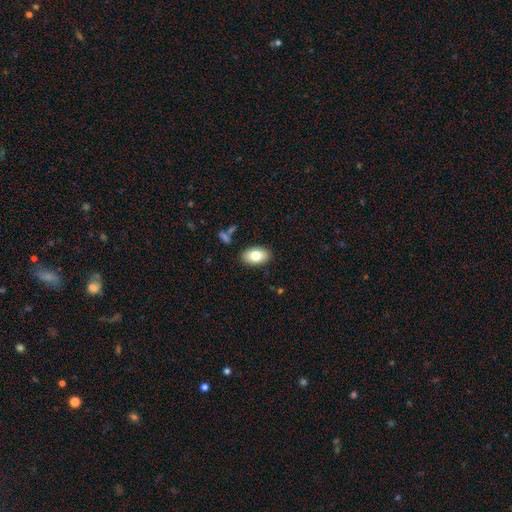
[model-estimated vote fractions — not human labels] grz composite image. It shows a smooth galaxy with no disk features (78%) that is in between round and cigar-shaped (92%). Merging: none (87%).